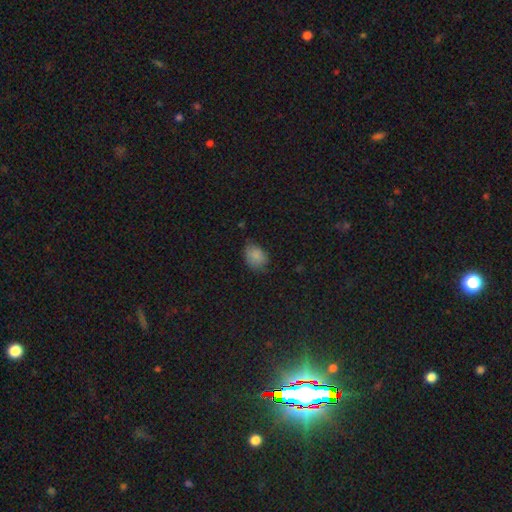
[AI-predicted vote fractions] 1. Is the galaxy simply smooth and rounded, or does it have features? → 84% smooth, 10% star or artifact, 6% featured or disk.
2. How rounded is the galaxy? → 72% in between, 27% round, 1% cigar-shaped.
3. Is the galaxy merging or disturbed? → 67% none, 27% minor disturbance, 5% major disturbance, 1% merger.